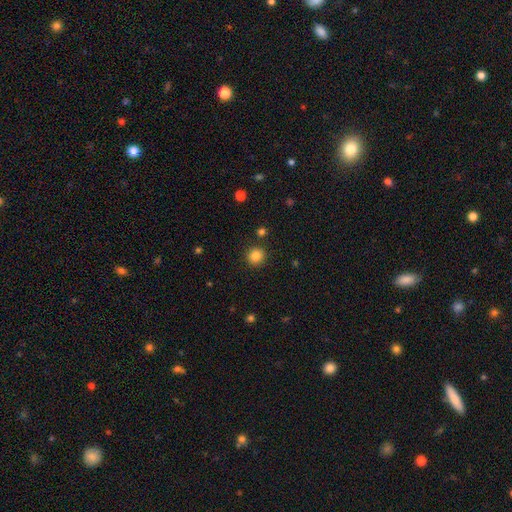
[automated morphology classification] Overall: smooth (84%). How rounded: round (93%). Merging: none (90%).